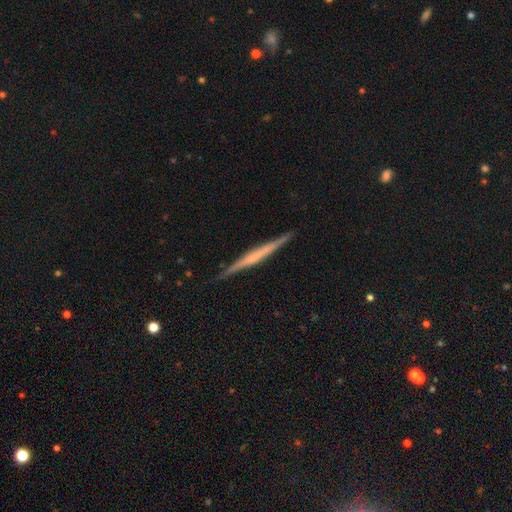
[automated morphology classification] type=featured or disk (66%); edge-on=yes (98%); edge-on bulge=none (64%); merging=none (91%).